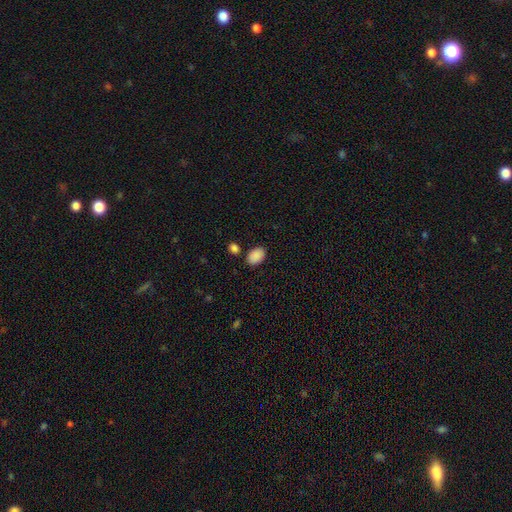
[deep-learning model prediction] A smooth galaxy with no disk features (89%) that is in between round and cigar-shaped (85%). Merging: none (80%).